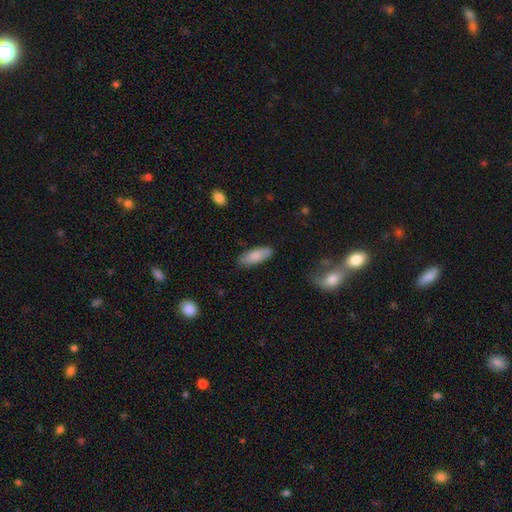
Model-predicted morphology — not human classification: smooth_or_featured: smooth (p=0.83) [alt: featured or disk p=0.12]
how_rounded: in between (p=0.70) [alt: cigar-shaped p=0.28]
merging: none (p=0.83) [alt: minor disturbance p=0.13]